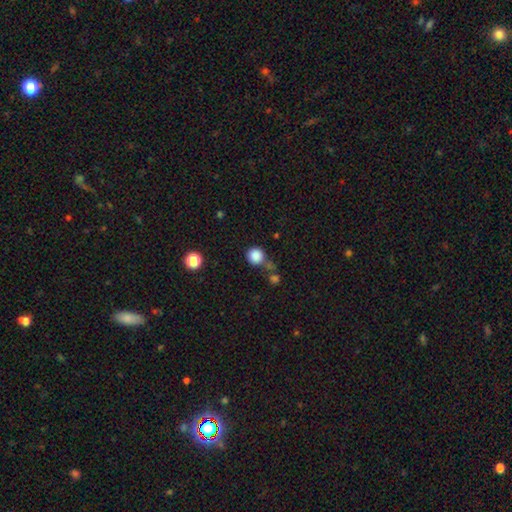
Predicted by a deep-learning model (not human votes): smooth_or_featured: smooth (p=0.86) [alt: star or artifact p=0.10]
how_rounded: round (p=0.91) [alt: in between p=0.08]
merging: none (p=0.63) [alt: minor disturbance p=0.16]